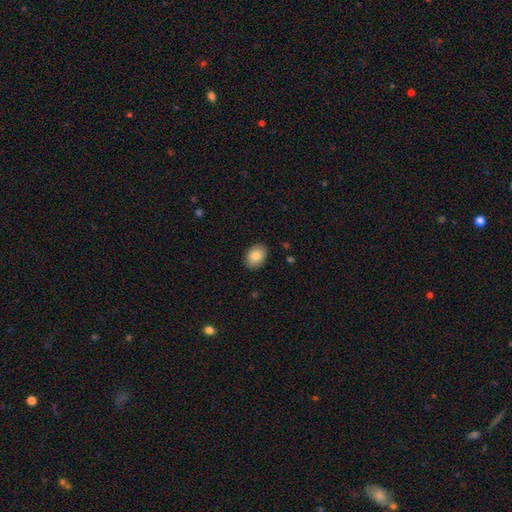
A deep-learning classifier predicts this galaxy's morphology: smooth-or-featured: smooth: 85% | featured or disk: 8% | star or artifact: 7%
  how-rounded: in between: 76% | round: 24% | cigar-shaped: 1%
  merging: none: 89% | minor disturbance: 8% | major disturbance: 2% | merger: 1%